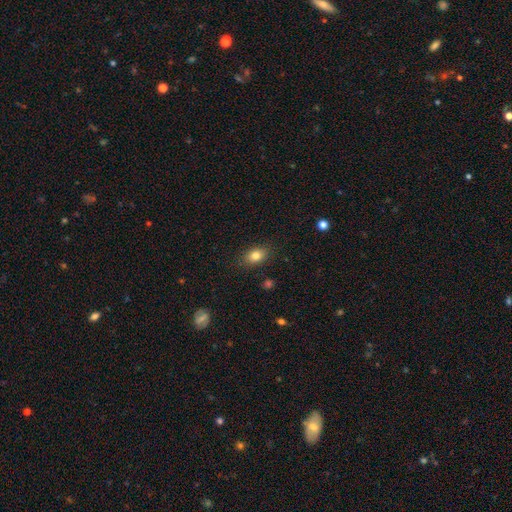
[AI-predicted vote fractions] A smooth galaxy with no disk features (82%) that is in between round and cigar-shaped (79%).

Vote fractions:
- Smooth or featured? smooth: 82% / star or artifact: 10% / featured or disk: 9%
- How rounded? in between: 79% / round: 19% / cigar-shaped: 2%
- Merging? none: 86% / minor disturbance: 10% / major disturbance: 3% / merger: 1%